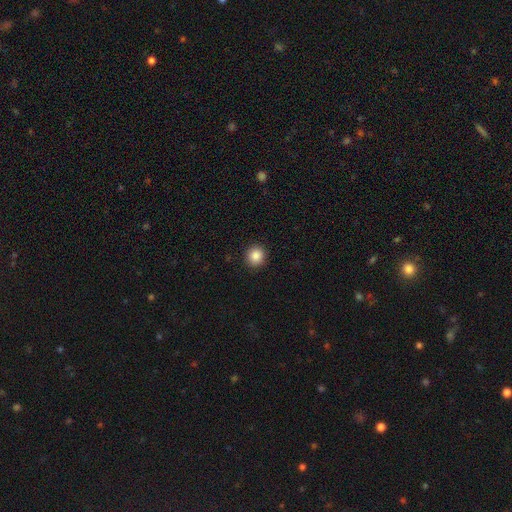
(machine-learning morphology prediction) A smooth galaxy with no disk features (87%) that is round (91%). Merging: none (92%).